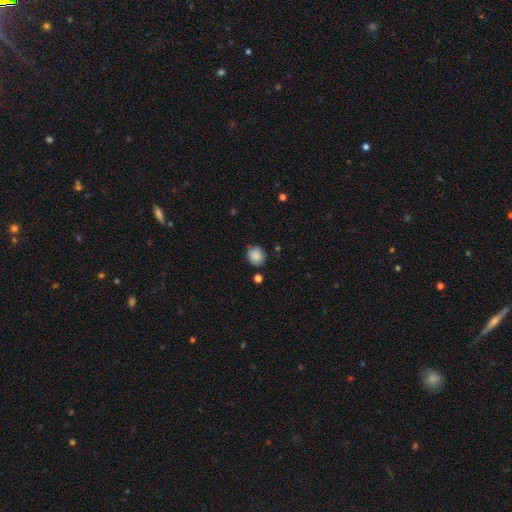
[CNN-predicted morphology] Smooth or featured: smooth — 84% (star or artifact — 9%)
How rounded: round — 79% (in between — 20%)
Merging: none — 73% (minor disturbance — 19%)